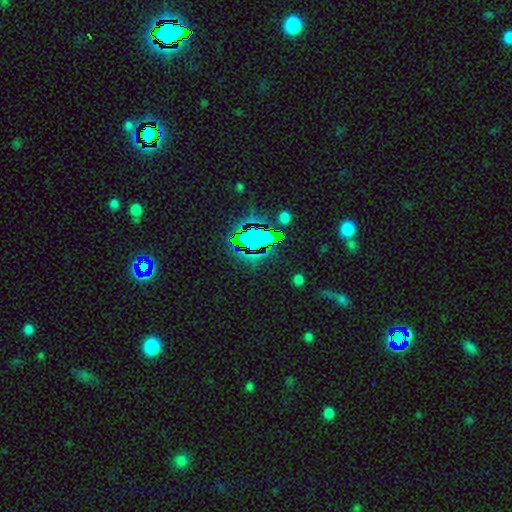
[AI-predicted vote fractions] Smooth or featured? Predicted: star or artifact (p=0.78).